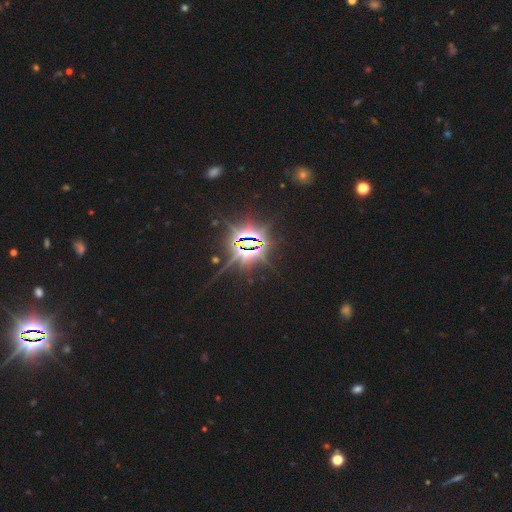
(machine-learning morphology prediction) type=star or artifact (86%).